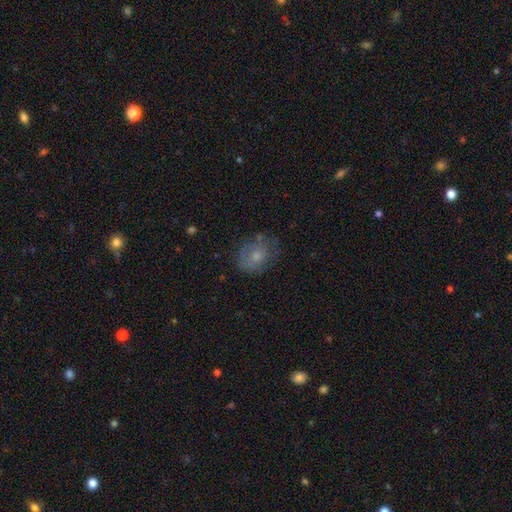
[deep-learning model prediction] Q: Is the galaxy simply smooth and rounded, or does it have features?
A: smooth — 62%.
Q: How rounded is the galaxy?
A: in between — 53%.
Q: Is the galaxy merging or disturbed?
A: none — 60%.